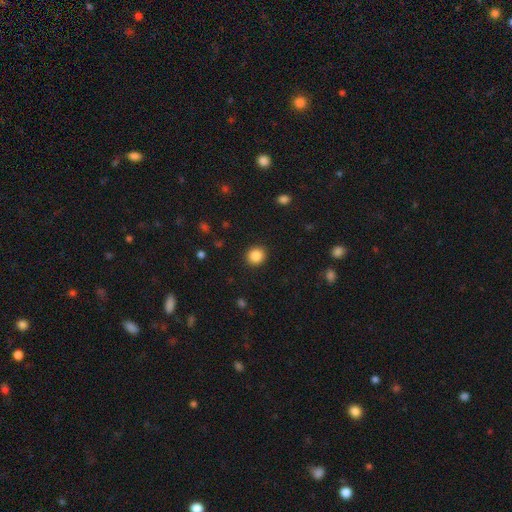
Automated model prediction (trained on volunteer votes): A smooth galaxy with no disk features (87%) that is round (90%). Merging: none (91%).